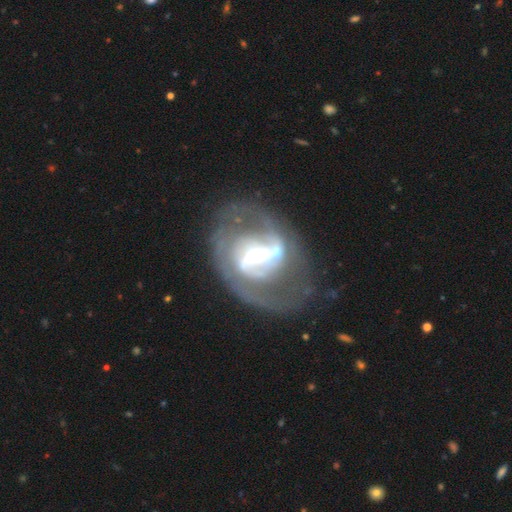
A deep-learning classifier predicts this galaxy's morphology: Smooth or featured? featured or disk (87%)
Edge-on disk? no (96%)
Bar? strong (63%)
Spiral arms? yes (89%)
Spiral winding? medium (48%)
Spiral arm count? 2 (72%)
Bulge size? small (46%)
Merging? none (55%)